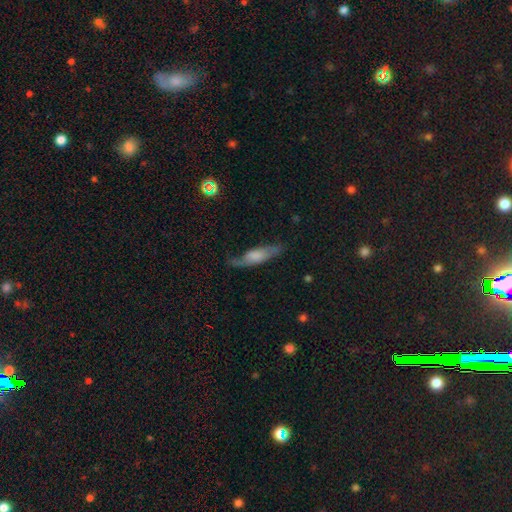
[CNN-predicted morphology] Smooth or featured?
  - smooth: 53% *
  - featured or disk: 40%
  - star or artifact: 8%
How rounded?
  - cigar-shaped: 62% *
  - in between: 35%
  - round: 2%
Merging?
  - none: 62% *
  - minor disturbance: 26%
  - major disturbance: 10%
  - merger: 2%